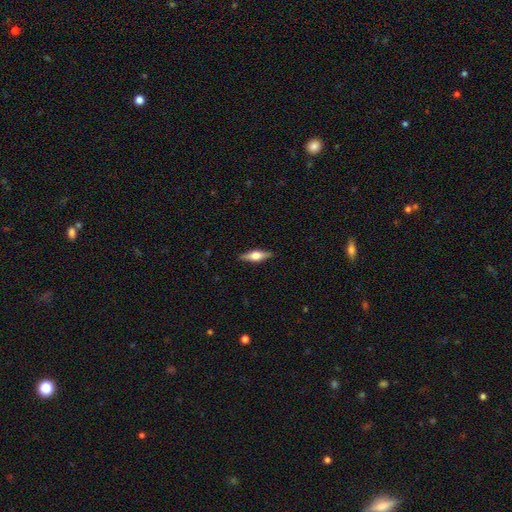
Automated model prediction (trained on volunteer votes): Q: Smooth or featured?
A: featured or disk (59%); runner-up: smooth (35%)
Q: Edge-on disk?
A: yes (96%); runner-up: no (4%)
Q: Edge-on bulge?
A: rounded (93%); runner-up: boxy (6%)
Q: Merging?
A: none (89%); runner-up: minor disturbance (8%)